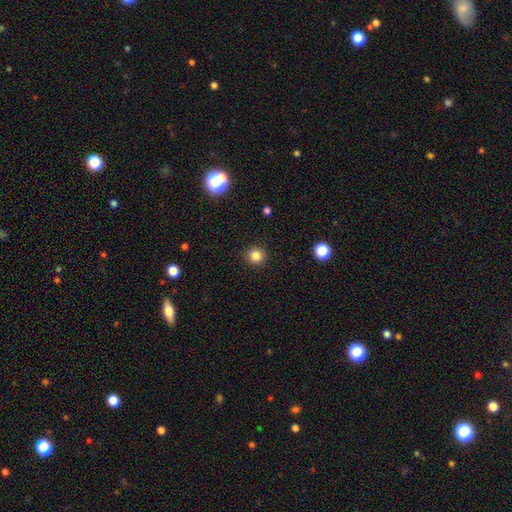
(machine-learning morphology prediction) Q: Smooth or featured?
A: smooth (83%); runner-up: star or artifact (12%)
Q: How rounded?
A: round (94%); runner-up: in between (5%)
Q: Merging?
A: none (92%); runner-up: minor disturbance (5%)